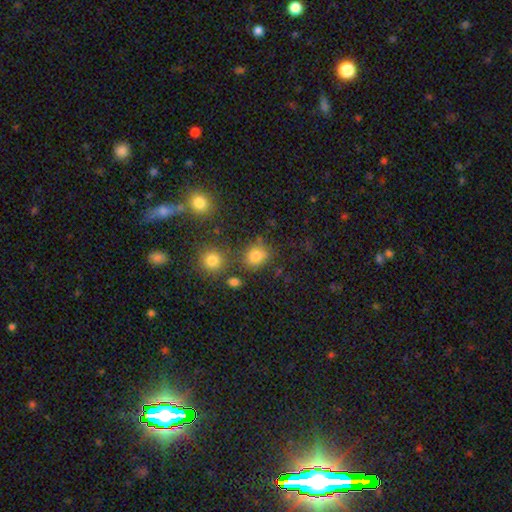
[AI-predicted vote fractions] This appears to be a smooth galaxy with no disk features (76%) that is round (68%). Merging: none (69%).